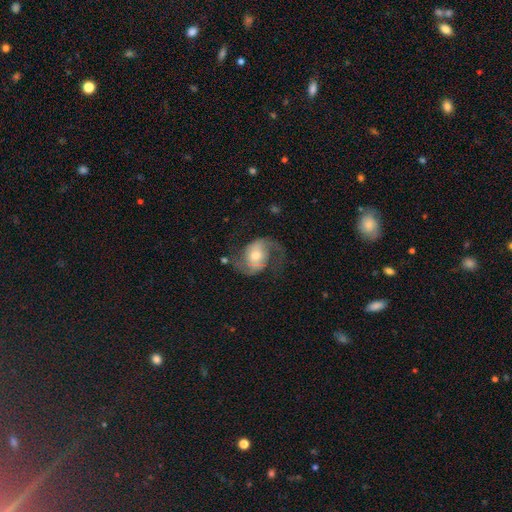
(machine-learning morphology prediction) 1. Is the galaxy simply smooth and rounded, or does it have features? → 85% featured or disk, 9% smooth, 6% star or artifact.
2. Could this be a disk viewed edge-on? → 97% no, 3% yes.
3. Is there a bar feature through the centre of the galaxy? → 47% no, 37% weak, 16% strong.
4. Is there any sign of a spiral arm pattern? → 96% yes, 4% no.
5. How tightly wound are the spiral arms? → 47% medium, 42% loose, 11% tight.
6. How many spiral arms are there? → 91% 2, 3% can't tell, 3% 1, 1% 3, 1% 4, 1% more than 4.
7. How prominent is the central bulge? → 57% moderate, 34% small, 6% large, 2% none, 1% dominant.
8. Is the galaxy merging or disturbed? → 68% none, 16% minor disturbance, 15% major disturbance, 2% merger.